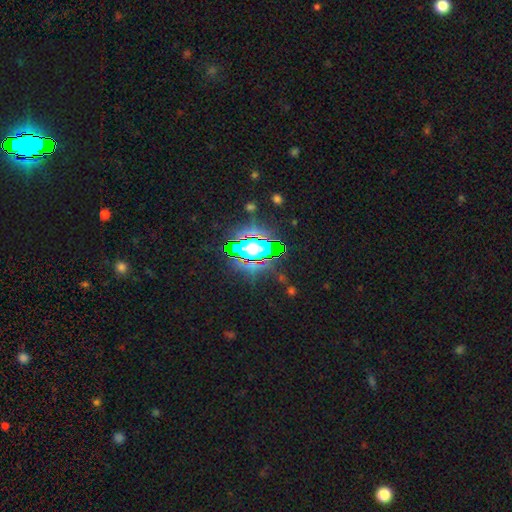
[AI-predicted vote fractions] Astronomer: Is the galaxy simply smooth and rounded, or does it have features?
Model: star or artifact — 80%.